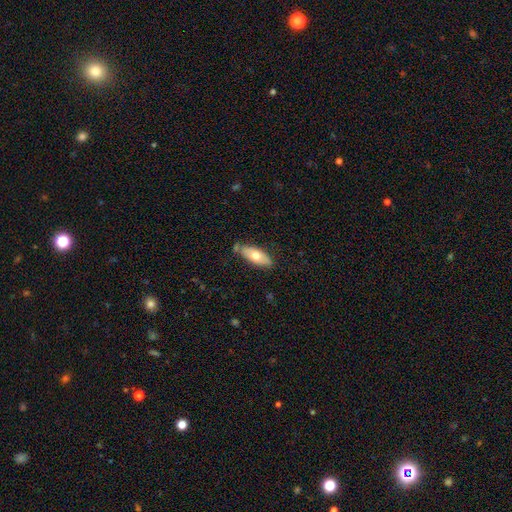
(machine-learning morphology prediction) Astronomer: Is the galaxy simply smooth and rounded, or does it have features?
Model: smooth — 65%.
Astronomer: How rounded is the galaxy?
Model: in between — 77%.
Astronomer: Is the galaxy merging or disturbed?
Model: none — 73%.